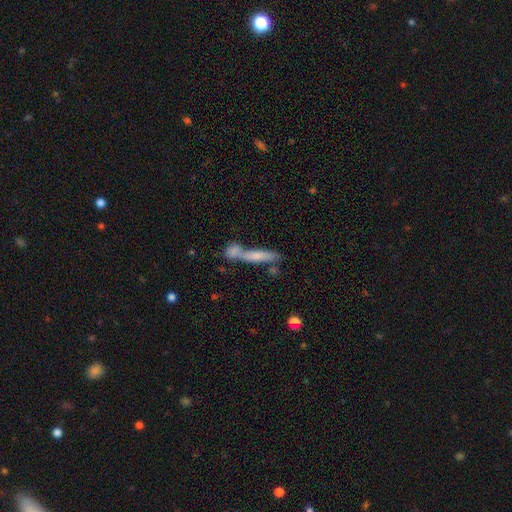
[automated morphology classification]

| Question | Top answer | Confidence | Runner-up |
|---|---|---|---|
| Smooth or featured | smooth | 63% | featured or disk (28%) |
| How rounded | cigar-shaped | 82% | in between (15%) |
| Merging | merger | 45% | none (40%) |